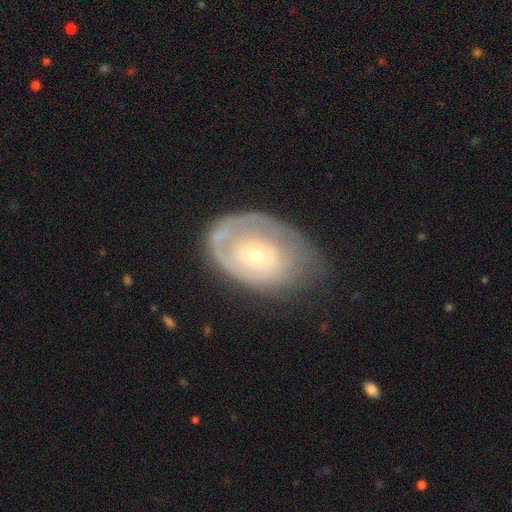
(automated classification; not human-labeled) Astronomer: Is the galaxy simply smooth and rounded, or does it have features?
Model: featured or disk — 60%.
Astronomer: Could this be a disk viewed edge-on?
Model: no — 95%.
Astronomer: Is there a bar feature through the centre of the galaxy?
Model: no — 80%.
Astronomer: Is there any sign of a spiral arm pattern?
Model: yes — 55% (runner-up: no, 45%).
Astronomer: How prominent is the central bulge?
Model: small — 67%.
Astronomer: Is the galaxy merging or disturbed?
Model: none — 46% (runner-up: minor disturbance, 30%).